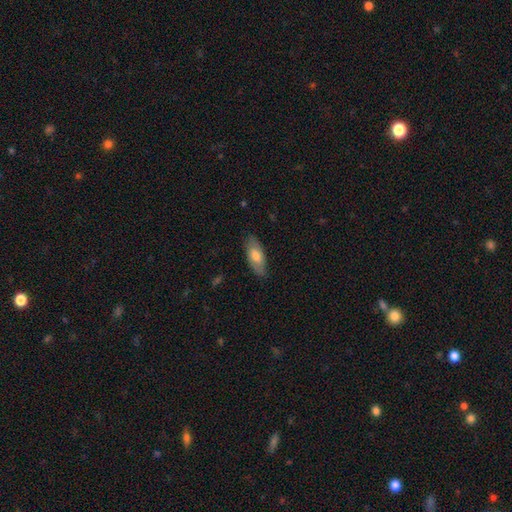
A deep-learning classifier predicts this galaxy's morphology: This is likely a smooth galaxy (67%). How rounded: clearly in between (82%). Merging: clearly none (83%).